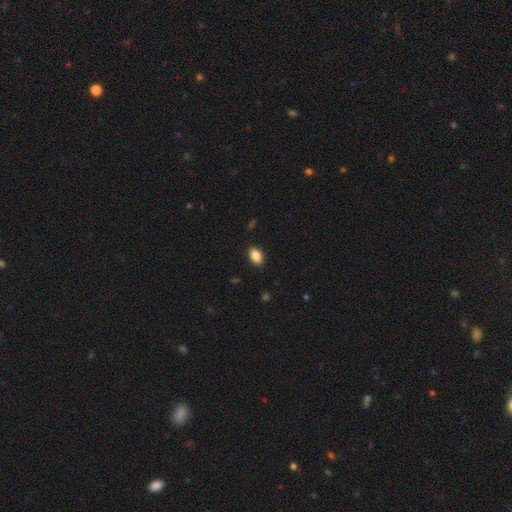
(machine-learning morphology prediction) A smooth galaxy with no disk features (88%) that is in between round and cigar-shaped (87%).

Vote fractions:
- Smooth or featured? smooth: 88% / star or artifact: 8% / featured or disk: 4%
- How rounded? in between: 87% / round: 11% / cigar-shaped: 1%
- Merging? none: 89% / minor disturbance: 8% / major disturbance: 2% / merger: 1%